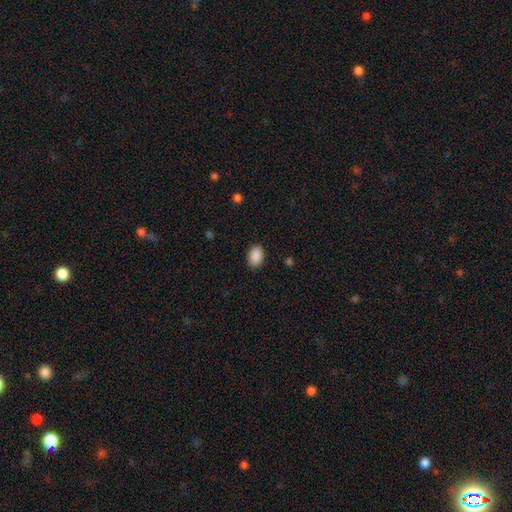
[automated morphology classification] This is clearly a smooth galaxy (90%). How rounded: clearly in between (82%). Merging: clearly none (86%).